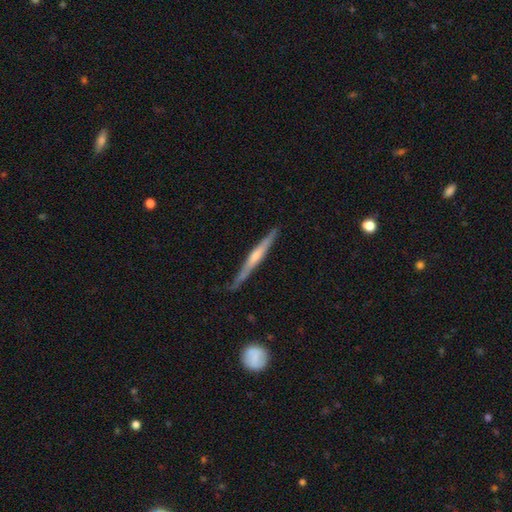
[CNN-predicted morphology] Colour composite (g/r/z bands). It shows a featured or disk galaxy (68%) viewed edge-on (97%) with a rounded central bulge (56%). Merging: none (85%).